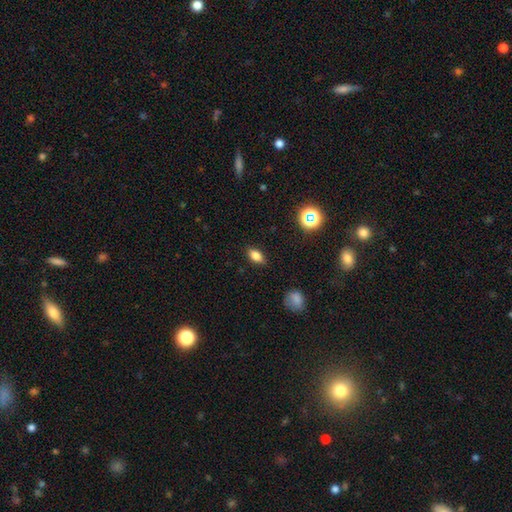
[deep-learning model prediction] This appears to be a smooth galaxy with no disk features (79%) that is in between round and cigar-shaped (84%). Merging: none (86%).